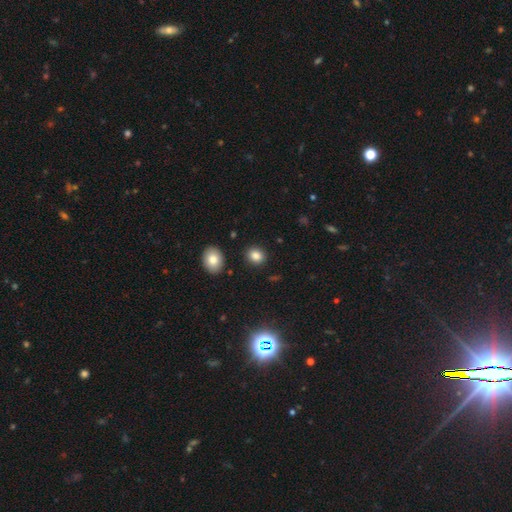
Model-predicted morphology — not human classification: This is clearly a smooth galaxy (84%). How rounded: likely round (67%). Merging: clearly none (89%).